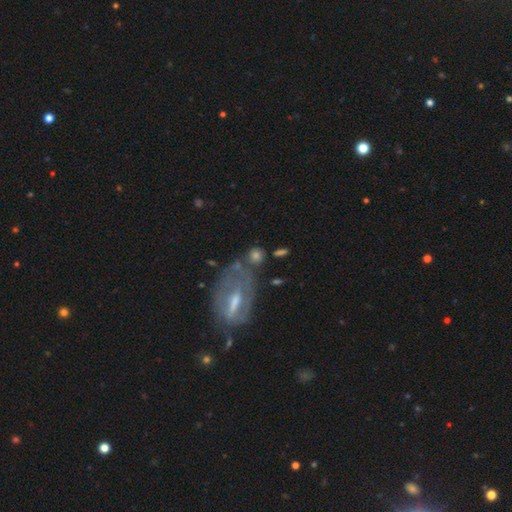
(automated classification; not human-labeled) smooth 62%, featured or disk 27%, star or artifact 11%. Down the decision tree: how rounded — round (59%); merging — none (57%).